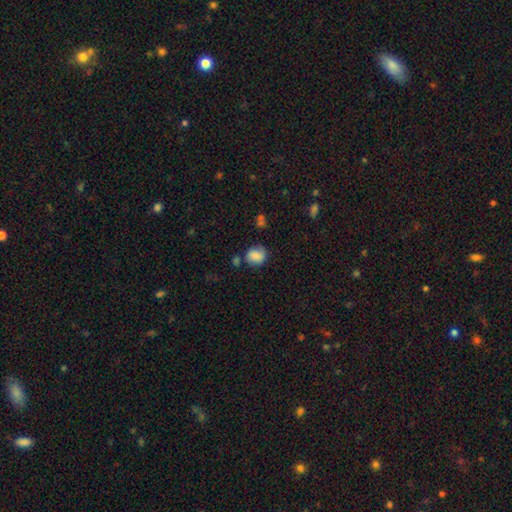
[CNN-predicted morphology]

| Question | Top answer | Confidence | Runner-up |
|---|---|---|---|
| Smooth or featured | smooth | 83% | star or artifact (9%) |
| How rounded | round | 65% | in between (34%) |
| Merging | none | 64% | minor disturbance (21%) |